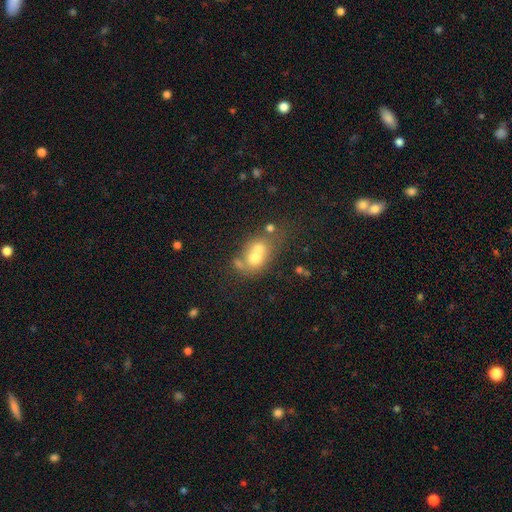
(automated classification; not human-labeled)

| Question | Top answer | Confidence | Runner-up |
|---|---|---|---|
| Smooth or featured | smooth | 59% | featured or disk (28%) |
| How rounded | round | 55% | in between (44%) |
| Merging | merger | 63% | none (23%) |